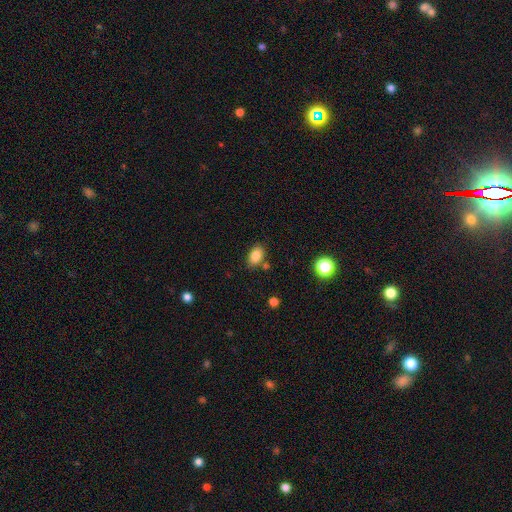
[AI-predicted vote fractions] Smooth or featured: smooth — 85% (star or artifact — 9%)
How rounded: in between — 85% (round — 13%)
Merging: none — 78% (minor disturbance — 13%)